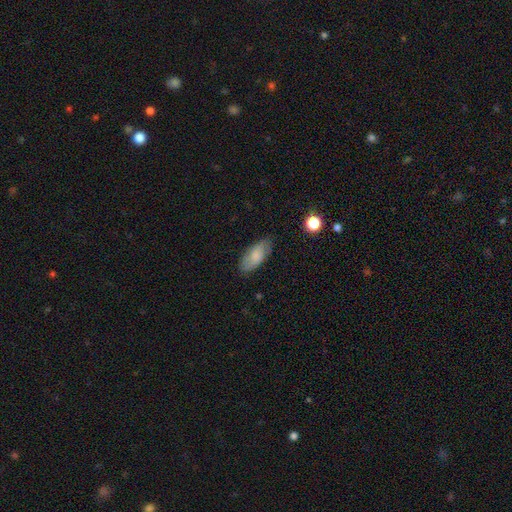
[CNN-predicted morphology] smooth-or-featured: smooth: 69% | featured or disk: 24% | star or artifact: 8%
  how-rounded: in between: 87% | cigar-shaped: 10% | round: 3%
  merging: none: 79% | minor disturbance: 16% | major disturbance: 4% | merger: 1%